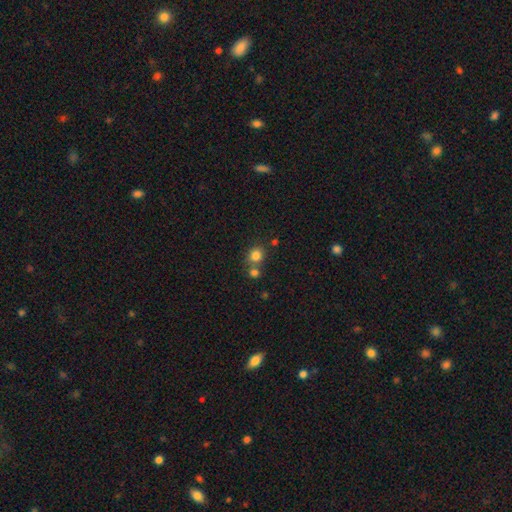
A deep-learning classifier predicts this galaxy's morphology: smooth 81%, star or artifact 12%, featured or disk 6%. Down the decision tree: how rounded — round (79%); merging — none (61%).